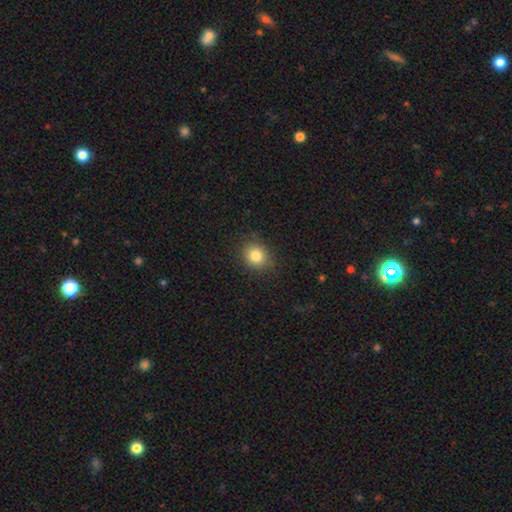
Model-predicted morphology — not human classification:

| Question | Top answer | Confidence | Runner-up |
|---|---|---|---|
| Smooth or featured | smooth | 83% | star or artifact (11%) |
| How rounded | round | 77% | in between (22%) |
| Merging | none | 86% | minor disturbance (10%) |